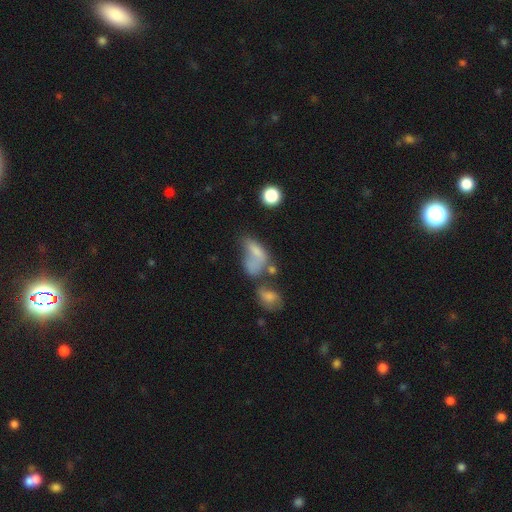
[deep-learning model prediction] A smooth galaxy with no disk features (62%) that is in between round and cigar-shaped (83%). Merging: merger (40%).